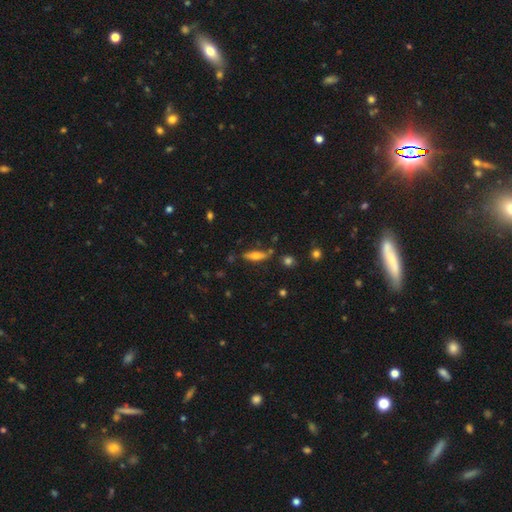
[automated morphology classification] smooth_or_featured: smooth (p=0.54) [alt: featured or disk p=0.38]
how_rounded: cigar-shaped (p=0.64) [alt: in between p=0.33]
merging: none (p=0.75) [alt: minor disturbance p=0.15]